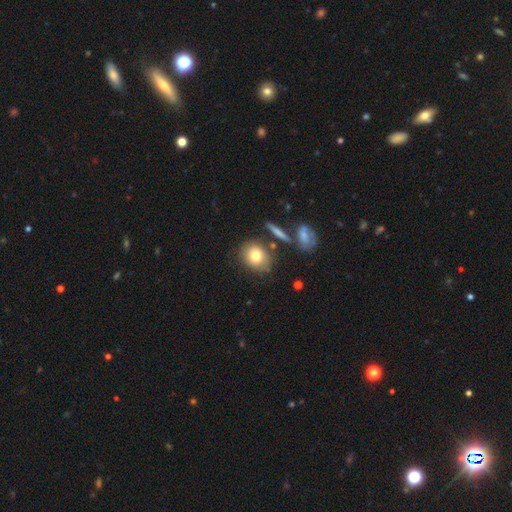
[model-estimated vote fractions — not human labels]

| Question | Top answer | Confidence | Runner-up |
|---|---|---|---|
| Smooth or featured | smooth | 76% | featured or disk (15%) |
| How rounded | round | 67% | in between (31%) |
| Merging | none | 73% | minor disturbance (13%) |